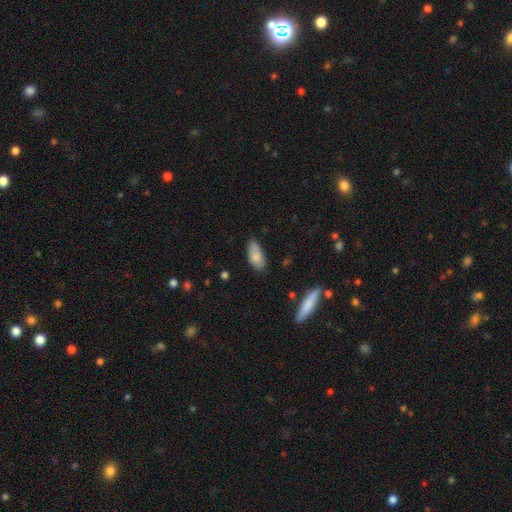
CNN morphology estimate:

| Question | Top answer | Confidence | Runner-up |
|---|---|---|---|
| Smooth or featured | smooth | 81% | featured or disk (12%) |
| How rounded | in between | 88% | cigar-shaped (9%) |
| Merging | none | 65% | minor disturbance (27%) |